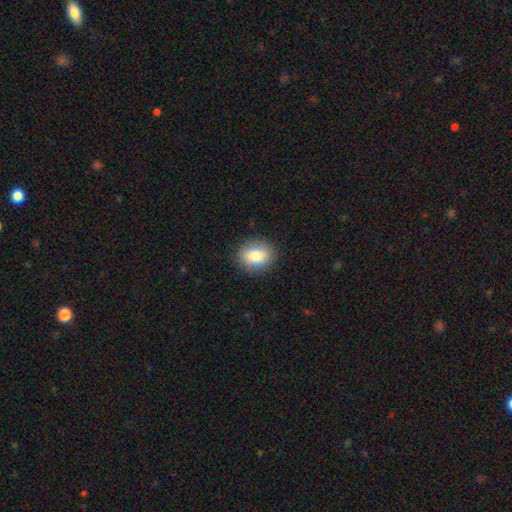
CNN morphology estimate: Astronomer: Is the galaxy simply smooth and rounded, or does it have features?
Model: smooth — 83%.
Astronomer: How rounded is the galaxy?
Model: round — 57% (runner-up: in between, 42%).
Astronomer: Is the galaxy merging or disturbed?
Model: none — 88%.